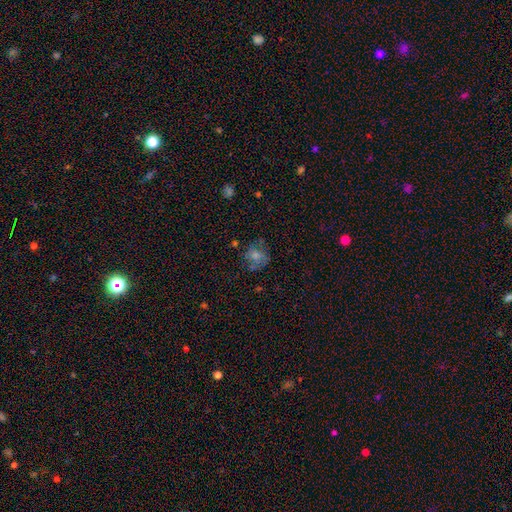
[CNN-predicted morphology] Smooth or featured? smooth (45%)
Merging? none (66%)